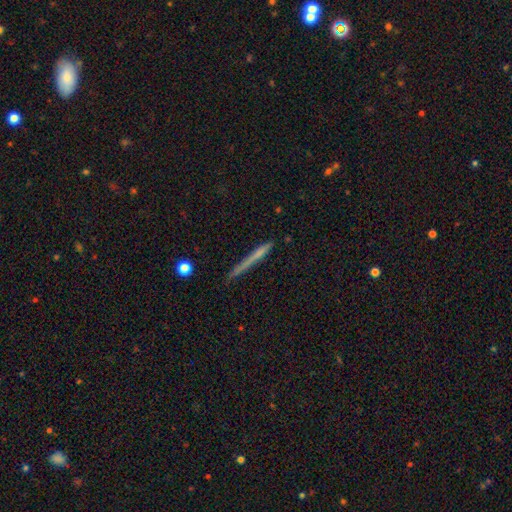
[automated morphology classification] This appears to be a smooth galaxy with no disk features (57%) that is cigar-shaped (96%). Merging: none (81%).